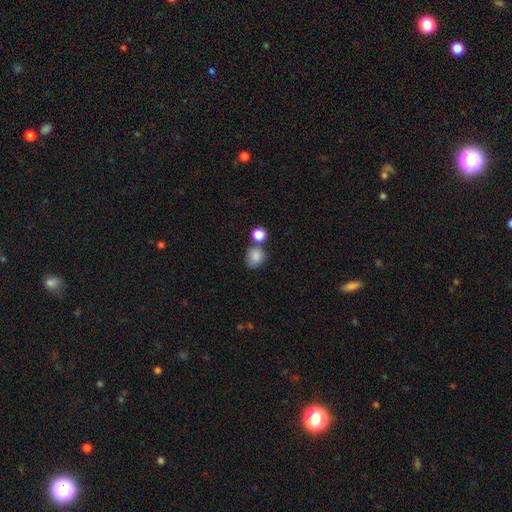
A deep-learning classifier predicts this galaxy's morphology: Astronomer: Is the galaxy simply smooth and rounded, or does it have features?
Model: smooth — 84%.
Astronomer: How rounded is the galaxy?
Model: round — 74%.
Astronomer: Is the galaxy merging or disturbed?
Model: none — 55%.